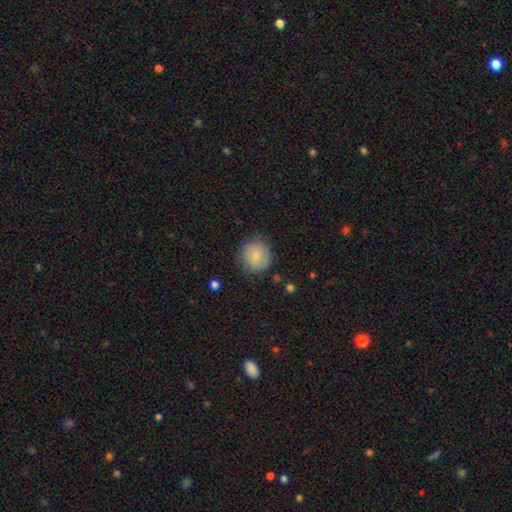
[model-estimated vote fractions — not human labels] Smooth or featured? Predicted: smooth (p=0.79). How rounded? Predicted: round (p=0.89). Merging? Predicted: none (p=0.73).